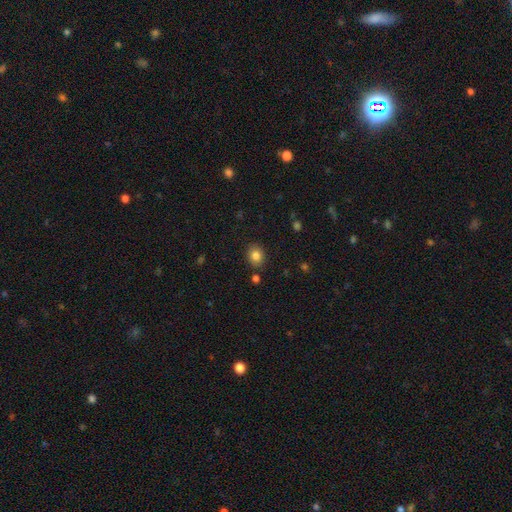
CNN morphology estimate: A smooth galaxy with no disk features (82%) that is round (58%). Merging: none (85%).